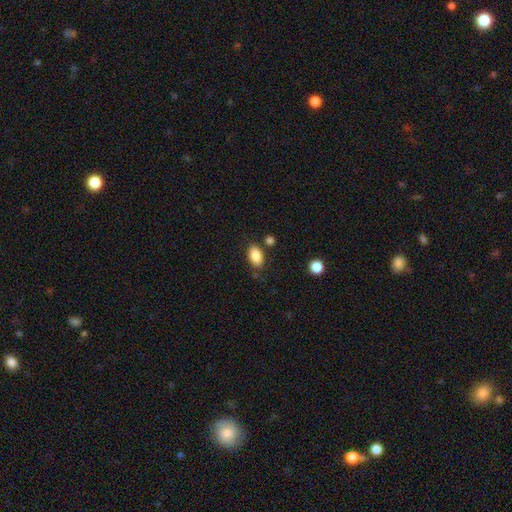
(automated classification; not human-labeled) smooth-or-featured: smooth: 88% | star or artifact: 8% | featured or disk: 5%
  how-rounded: in between: 90% | round: 8% | cigar-shaped: 2%
  merging: none: 78% | minor disturbance: 13% | merger: 6% | major disturbance: 3%